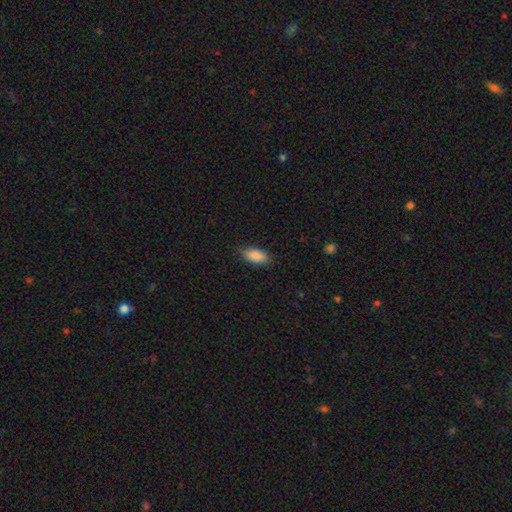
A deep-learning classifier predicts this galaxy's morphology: A smooth galaxy with no disk features (86%) that is in between round and cigar-shaped (86%).

Vote fractions:
- Smooth or featured? smooth: 86% / featured or disk: 7% / star or artifact: 7%
- How rounded? in between: 86% / cigar-shaped: 11% / round: 2%
- Merging? none: 82% / minor disturbance: 14% / major disturbance: 3% / merger: 1%